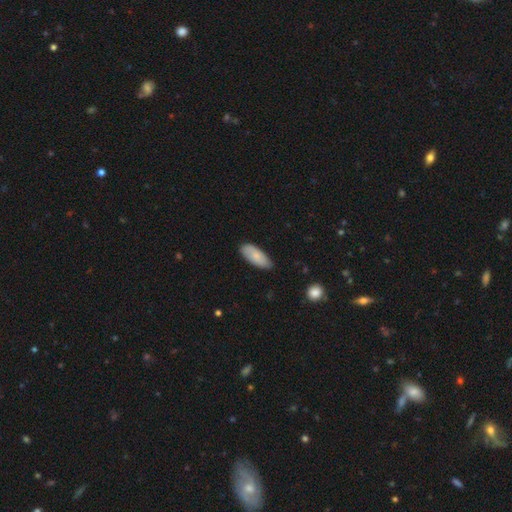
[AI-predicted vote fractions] This appears to be a smooth galaxy with no disk features (80%) that is in between round and cigar-shaped (85%). Merging: none (78%).